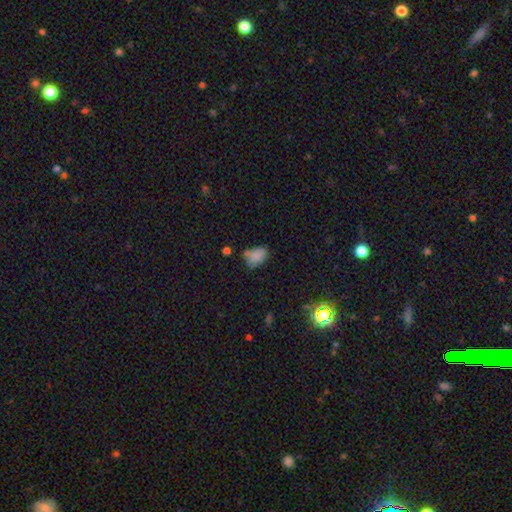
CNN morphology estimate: The model was most divided on "merging": none: 50%, minor disturbance: 30%, merger: 10%, major disturbance: 9%. More confident: how rounded — in between (80%); smooth or featured — smooth (79%).